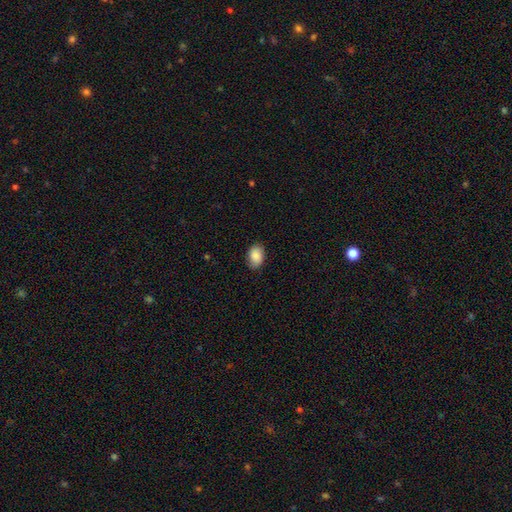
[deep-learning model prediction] Q: Smooth or featured?
A: smooth (88%); runner-up: star or artifact (7%)
Q: How rounded?
A: in between (85%); runner-up: round (14%)
Q: Merging?
A: none (83%); runner-up: minor disturbance (13%)